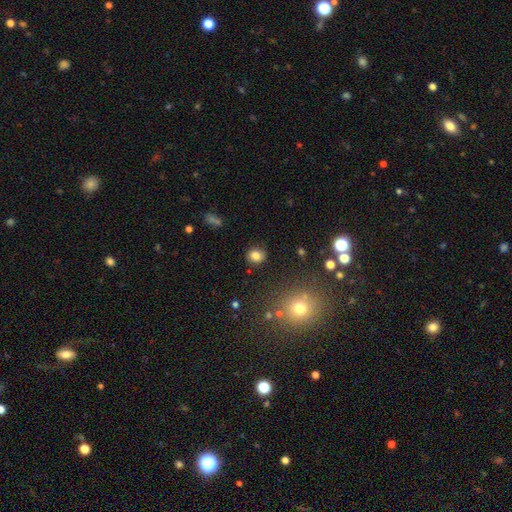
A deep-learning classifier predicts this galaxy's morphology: Q: Smooth or featured?
A: smooth (81%); runner-up: star or artifact (12%)
Q: How rounded?
A: round (70%); runner-up: in between (28%)
Q: Merging?
A: none (86%); runner-up: minor disturbance (9%)